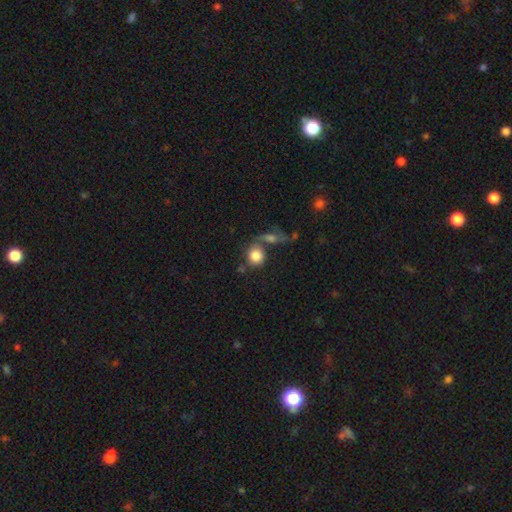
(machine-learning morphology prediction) A smooth galaxy with no disk features (82%) that is round (77%).

Vote fractions:
- Smooth or featured? smooth: 82% / featured or disk: 10% / star or artifact: 8%
- How rounded? round: 77% / in between: 21% / cigar-shaped: 2%
- Merging? none: 45% / merger: 34% / minor disturbance: 13% / major disturbance: 8%